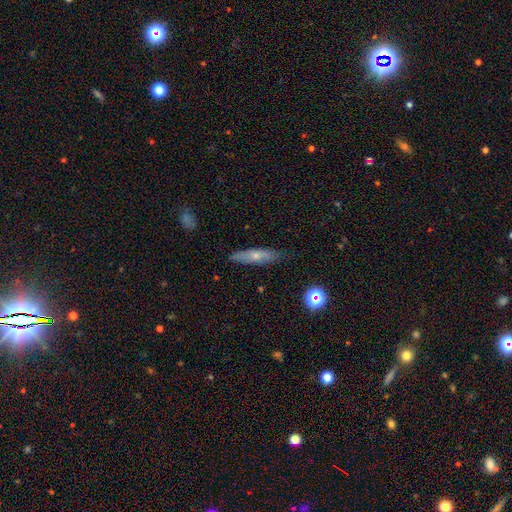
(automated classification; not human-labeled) A smooth galaxy with no disk features (55%) that is cigar-shaped (76%).

Vote fractions:
- Smooth or featured? smooth: 55% / featured or disk: 36% / star or artifact: 8%
- How rounded? cigar-shaped: 76% / in between: 21% / round: 3%
- Merging? none: 81% / minor disturbance: 15% / major disturbance: 3% / merger: 2%